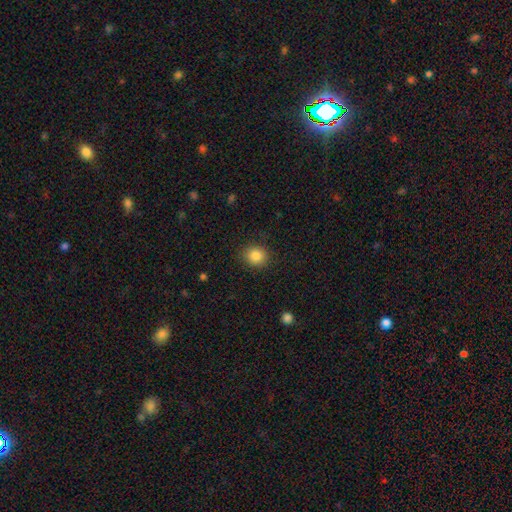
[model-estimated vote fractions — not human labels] A smooth galaxy with no disk features (85%) that is round (81%).

Vote fractions:
- Smooth or featured? smooth: 85% / star or artifact: 10% / featured or disk: 5%
- How rounded? round: 81% / in between: 18% / cigar-shaped: 1%
- Merging? none: 88% / minor disturbance: 8% / major disturbance: 3% / merger: 1%